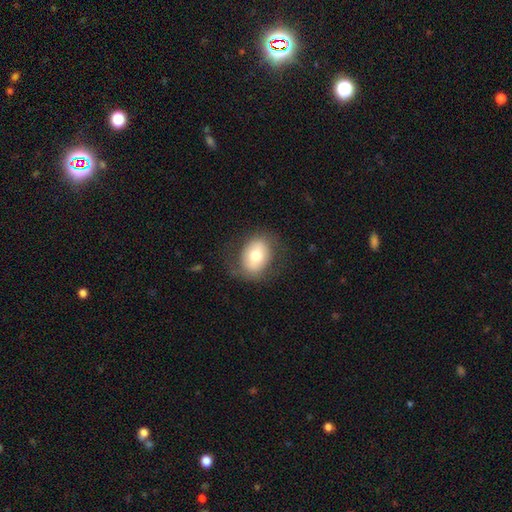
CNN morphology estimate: Q: Smooth or featured?
A: smooth (69%); runner-up: featured or disk (23%)
Q: How rounded?
A: in between (63%); runner-up: round (36%)
Q: Merging?
A: none (74%); runner-up: minor disturbance (16%)